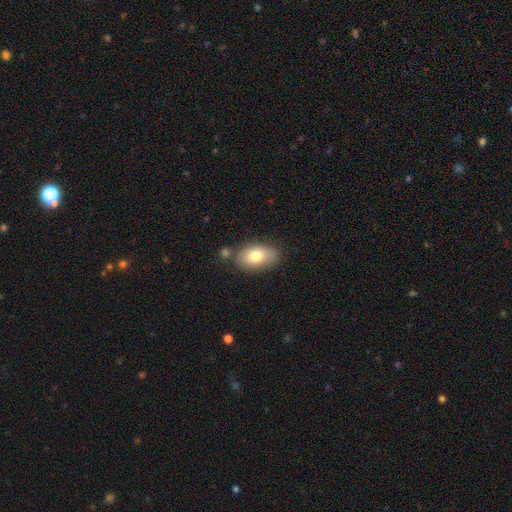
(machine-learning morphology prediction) Q: Smooth or featured?
A: smooth (79%); runner-up: featured or disk (14%)
Q: How rounded?
A: in between (91%); runner-up: round (7%)
Q: Merging?
A: none (69%); runner-up: minor disturbance (17%)